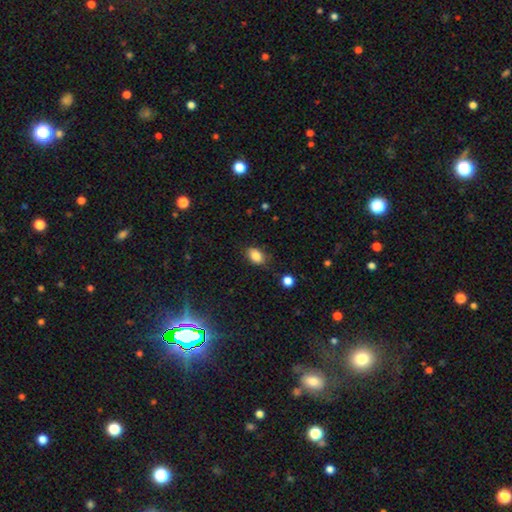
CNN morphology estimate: This appears to be a smooth galaxy with no disk features (85%) that is in between round and cigar-shaped (82%). Merging: none (78%).